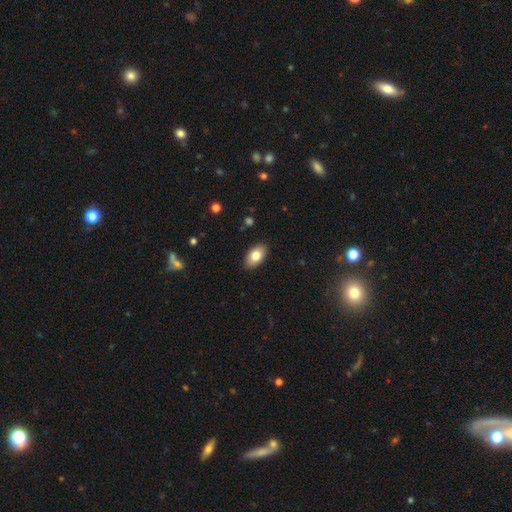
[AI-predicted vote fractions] Morphology: type=smooth (80%); roundness=in between (93%); merging=none (88%).